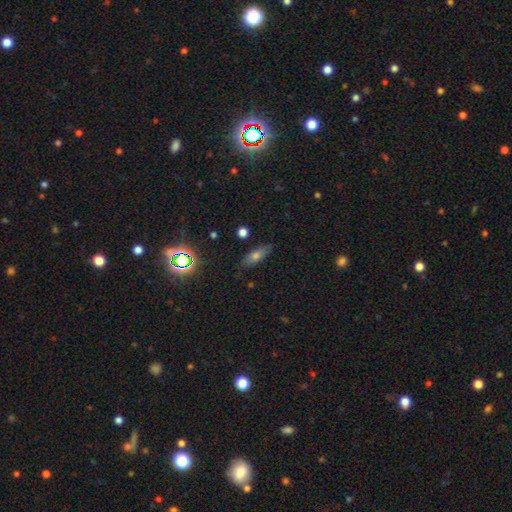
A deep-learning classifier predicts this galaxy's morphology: smooth 63%, featured or disk 22%, star or artifact 14%. Down the decision tree: how rounded — in between (60%); merging — none (81%).